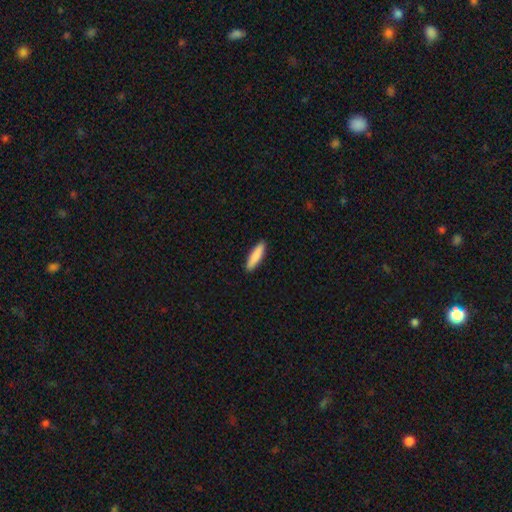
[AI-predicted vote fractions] smooth 87%, featured or disk 8%, star or artifact 5%. Down the decision tree: how rounded — cigar-shaped (74%); merging — none (91%).